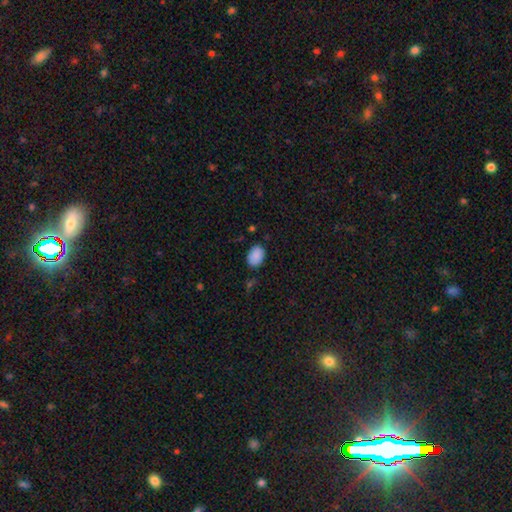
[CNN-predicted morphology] Smooth or featured: smooth — 89% (star or artifact — 7%)
How rounded: in between — 83% (round — 16%)
Merging: none — 81% (minor disturbance — 14%)